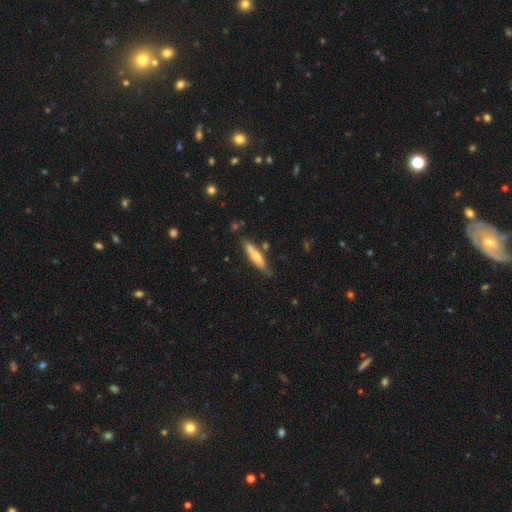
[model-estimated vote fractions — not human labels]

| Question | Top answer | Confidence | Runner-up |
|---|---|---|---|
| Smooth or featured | smooth | 63% | featured or disk (31%) |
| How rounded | cigar-shaped | 82% | in between (17%) |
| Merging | none | 72% | minor disturbance (19%) |